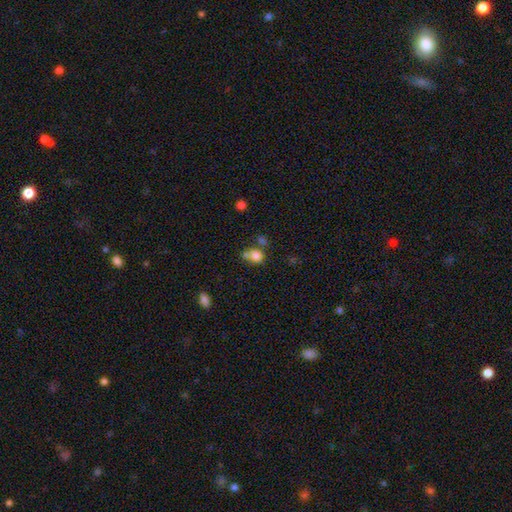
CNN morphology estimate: Smooth or featured? Predicted: smooth (p=0.79). How rounded? Predicted: round (p=0.63). Merging? Predicted: none (p=0.41).